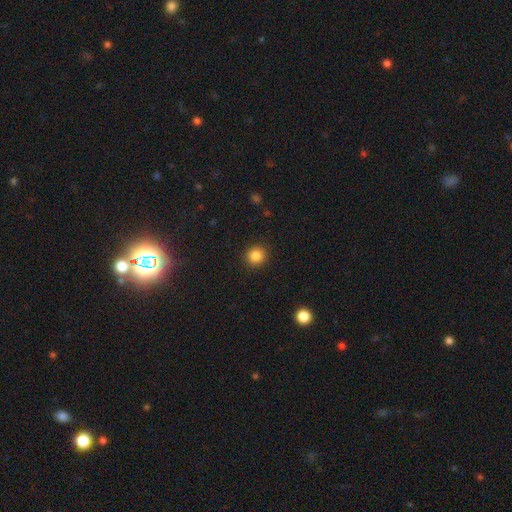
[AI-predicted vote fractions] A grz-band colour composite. It shows a smooth galaxy with no disk features (85%) that is round (90%). Merging: none (91%).